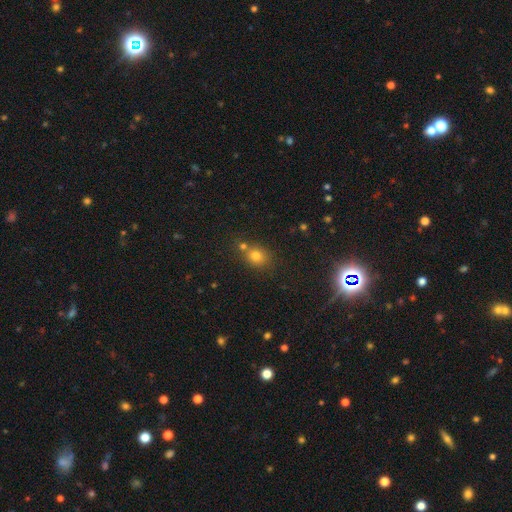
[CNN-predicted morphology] Smooth or featured? Predicted: smooth (p=0.72). How rounded? Predicted: round (p=0.67). Merging? Predicted: none (p=0.61).